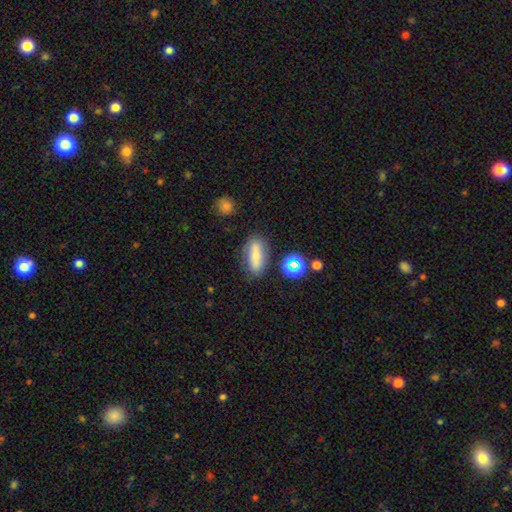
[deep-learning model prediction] Smooth or featured: smooth — 68% (featured or disk — 20%)
How rounded: in between — 67% (cigar-shaped — 25%)
Merging: none — 76% (minor disturbance — 15%)